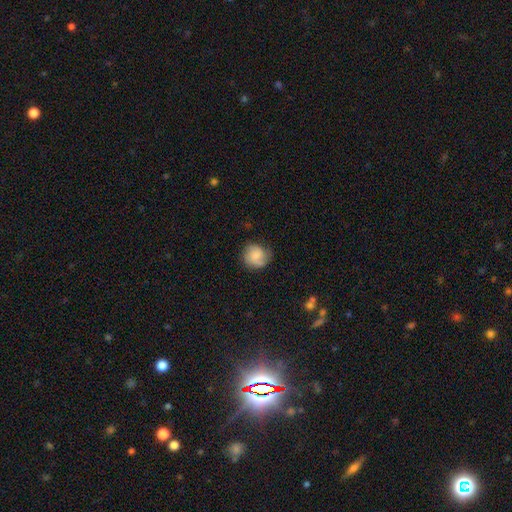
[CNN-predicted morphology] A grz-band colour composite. It shows a smooth galaxy with no disk features (74%) that is round (84%). Merging: none (70%).